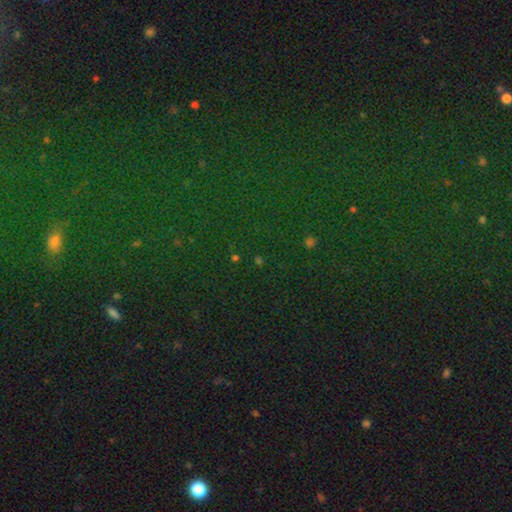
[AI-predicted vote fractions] star or artifact 80%, smooth 13%, featured or disk 7%.